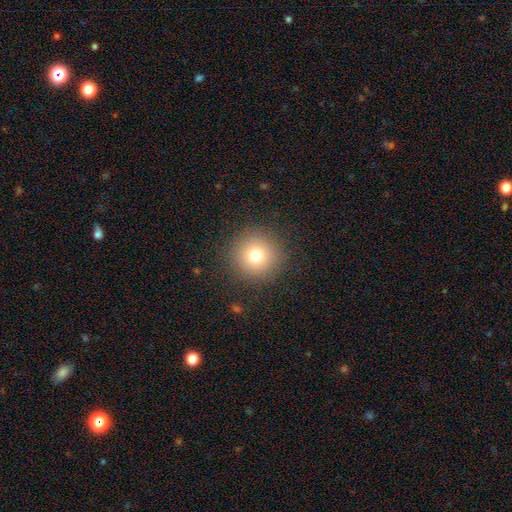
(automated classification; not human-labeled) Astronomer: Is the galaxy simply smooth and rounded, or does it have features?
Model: smooth — 76%.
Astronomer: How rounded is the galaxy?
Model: round — 95%.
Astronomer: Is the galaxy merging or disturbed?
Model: none — 89%.